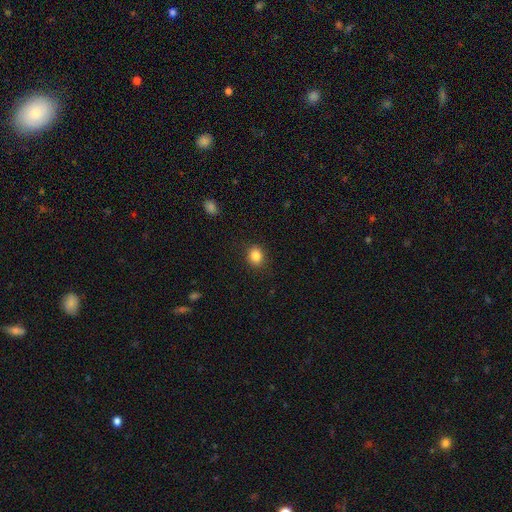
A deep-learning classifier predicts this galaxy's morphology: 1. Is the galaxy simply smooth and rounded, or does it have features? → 85% smooth, 10% star or artifact, 5% featured or disk.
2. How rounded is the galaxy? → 66% round, 33% in between, 1% cigar-shaped.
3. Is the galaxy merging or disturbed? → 87% none, 9% minor disturbance, 3% major disturbance, 1% merger.